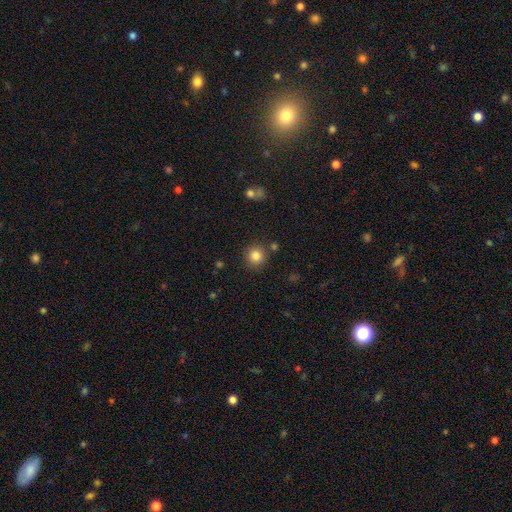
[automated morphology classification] type=smooth (84%); roundness=round (93%); merging=none (85%).